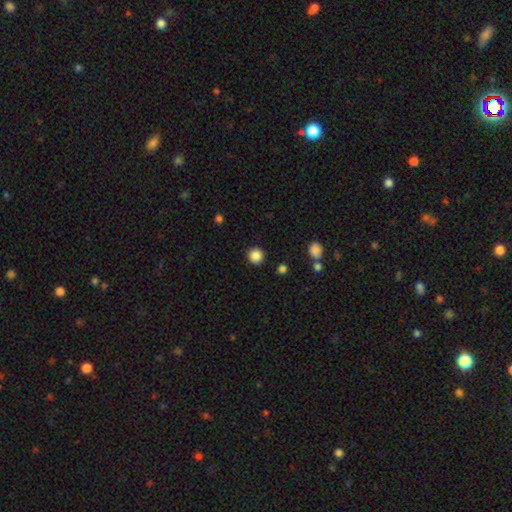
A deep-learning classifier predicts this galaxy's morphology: type=smooth (87%); roundness=round (94%); merging=none (91%).